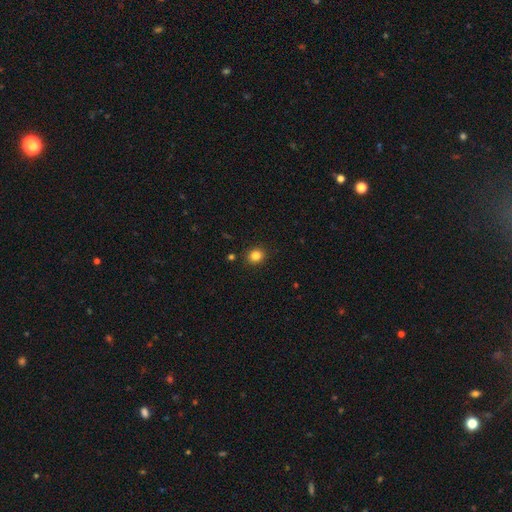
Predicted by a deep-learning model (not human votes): Morphology: type=smooth (83%); roundness=round (81%); merging=none (90%).